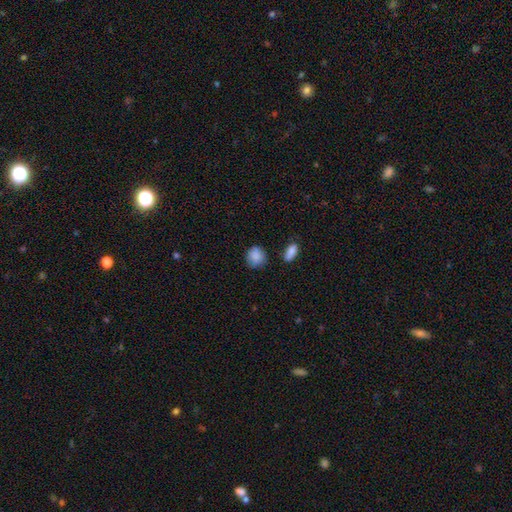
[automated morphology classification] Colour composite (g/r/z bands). It shows a smooth galaxy with no disk features (88%) that is round (78%). Merging: none (74%).